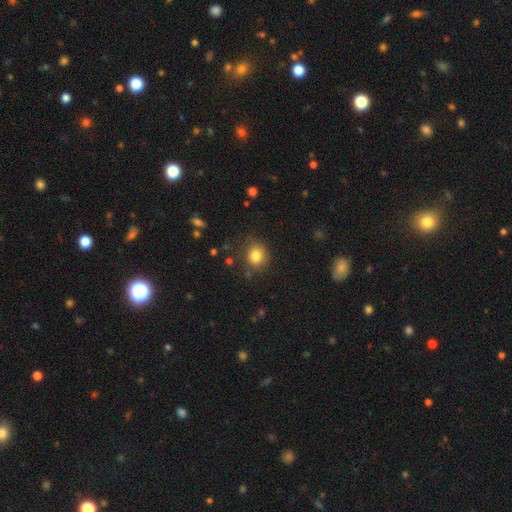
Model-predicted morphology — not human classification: smooth_or_featured: smooth (p=0.82) [alt: star or artifact p=0.11]
how_rounded: round (p=0.78) [alt: in between p=0.21]
merging: none (p=0.76) [alt: minor disturbance p=0.16]